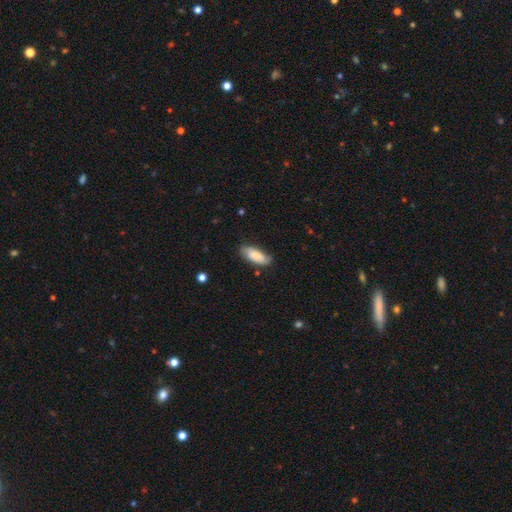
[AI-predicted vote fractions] A smooth galaxy with no disk features (82%) that is in between round and cigar-shaped (81%).

Vote fractions:
- Smooth or featured? smooth: 82% / featured or disk: 13% / star or artifact: 6%
- How rounded? in between: 81% / cigar-shaped: 17% / round: 2%
- Merging? none: 77% / minor disturbance: 18% / major disturbance: 3% / merger: 2%